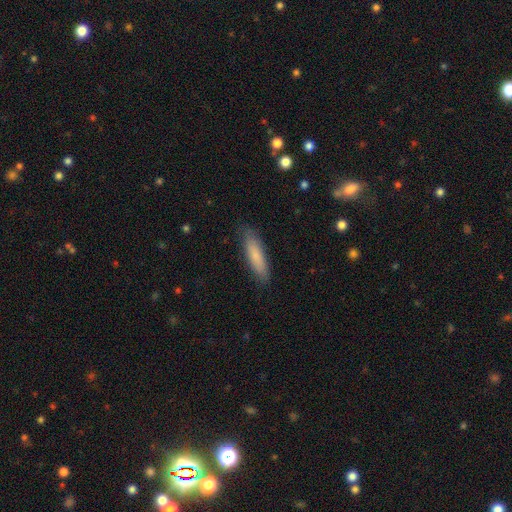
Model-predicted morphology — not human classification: A smooth galaxy with no disk features (81%) that is cigar-shaped (74%). Merging: none (85%).